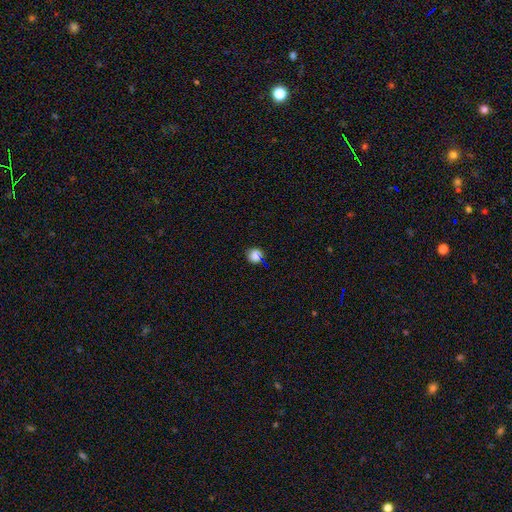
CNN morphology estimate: Smooth or featured: smooth — 78% (star or artifact — 17%)
How rounded: round — 91% (in between — 8%)
Merging: none — 82% (minor disturbance — 12%)